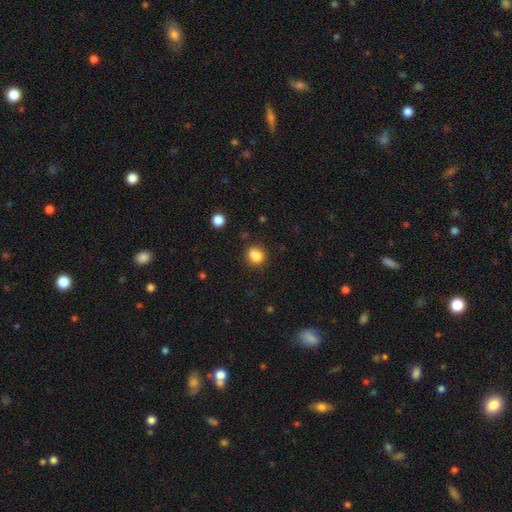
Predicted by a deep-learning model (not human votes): smooth-or-featured: smooth: 84% | star or artifact: 11% | featured or disk: 5%
  how-rounded: round: 64% | in between: 35% | cigar-shaped: 1%
  merging: none: 72% | minor disturbance: 16% | merger: 7% | major disturbance: 5%